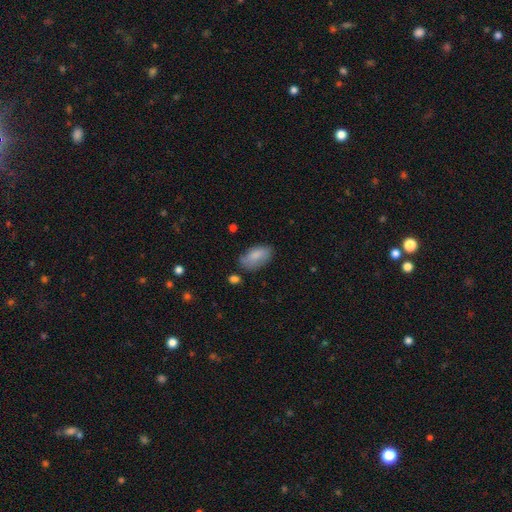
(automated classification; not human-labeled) This is clearly a smooth galaxy (83%). How rounded: clearly in between (93%). Merging: likely none (69%).